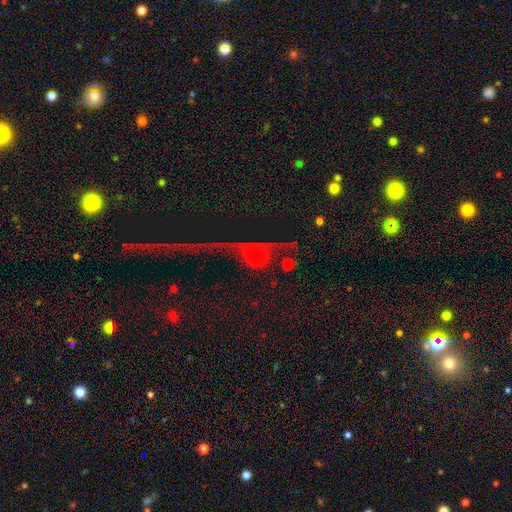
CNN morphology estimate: Smooth or featured? Predicted: smooth (p=0.48). Merging? Predicted: none (p=0.46).